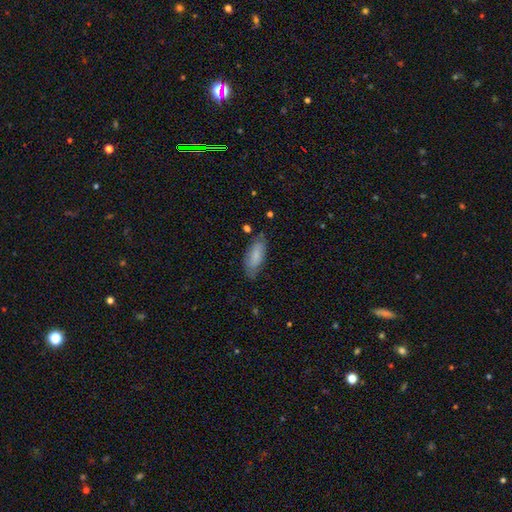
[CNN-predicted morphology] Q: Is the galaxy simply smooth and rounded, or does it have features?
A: smooth — 76%.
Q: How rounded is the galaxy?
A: in between — 77%.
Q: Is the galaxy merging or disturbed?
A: none — 72%.